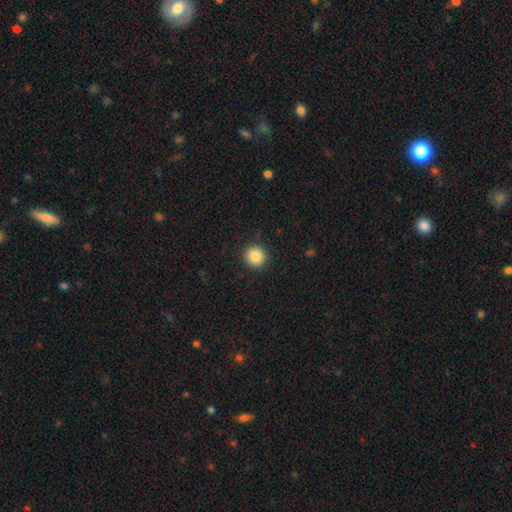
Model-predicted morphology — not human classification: smooth 87%, star or artifact 9%, featured or disk 4%. Down the decision tree: how rounded — round (92%); merging — none (90%).